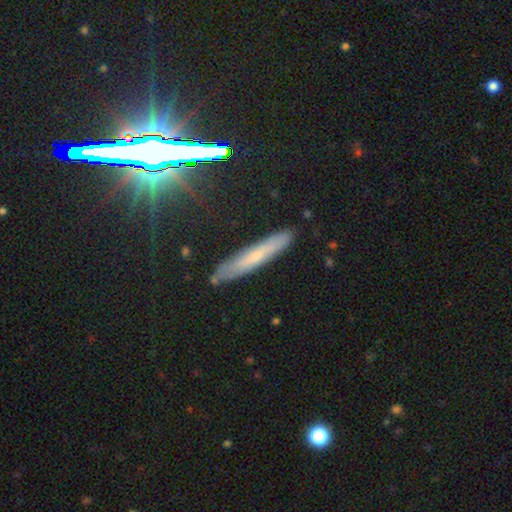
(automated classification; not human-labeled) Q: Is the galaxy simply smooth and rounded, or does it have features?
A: smooth — 52%.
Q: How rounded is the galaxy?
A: cigar-shaped — 93%.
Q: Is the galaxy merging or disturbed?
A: none — 86%.